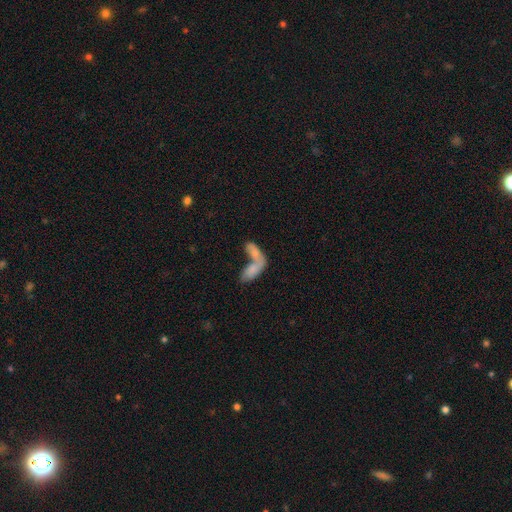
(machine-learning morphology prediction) Smooth or featured?
  - smooth: 68% *
  - featured or disk: 22%
  - star or artifact: 9%
How rounded?
  - in between: 80% *
  - cigar-shaped: 15%
  - round: 5%
Merging?
  - merger: 72% *
  - none: 15%
  - major disturbance: 7%
  - minor disturbance: 6%